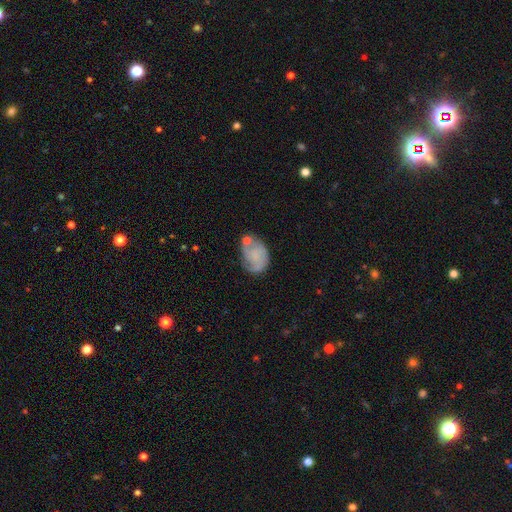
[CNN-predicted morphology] This appears to be a featured or disk galaxy (50%). Merging: none (43%).